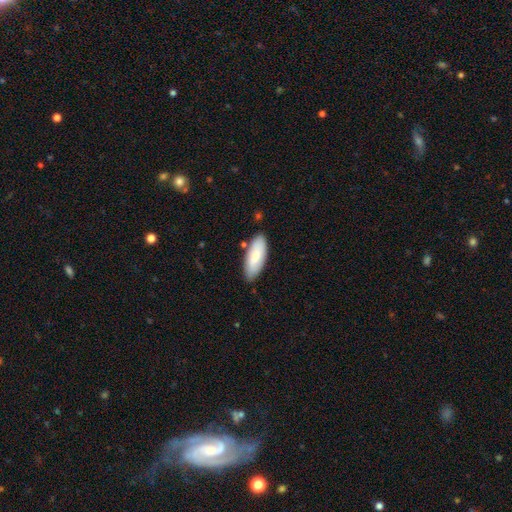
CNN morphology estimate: smooth 80%, featured or disk 15%, star or artifact 5%. Down the decision tree: how rounded — in between (80%); merging — none (81%).